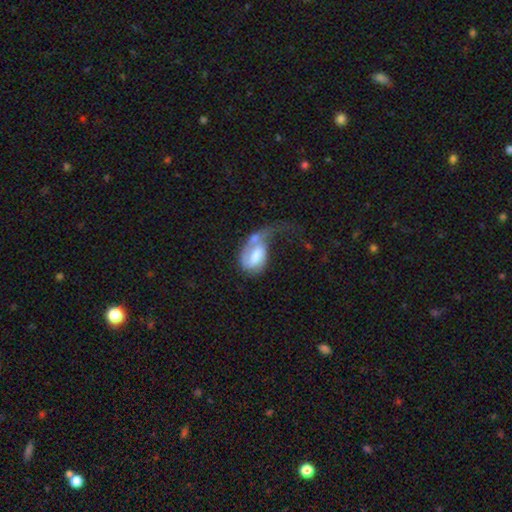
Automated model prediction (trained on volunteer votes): featured or disk 63%, smooth 31%, star or artifact 6%. Down the decision tree: edge-on disk — no (97%); bar — weak (46%); spiral arms — yes (85%); spiral arm count — 1 (66%); spiral winding — loose (43%); bulge size — moderate (47%); merging — major disturbance (47%).